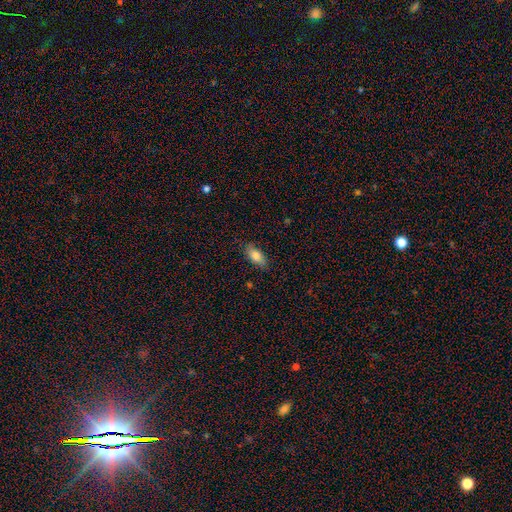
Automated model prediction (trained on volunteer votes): Overall: smooth (83%). How rounded: in between (86%). Merging: none (83%).